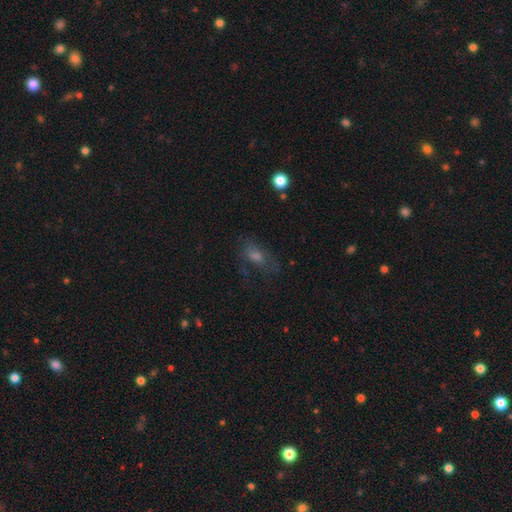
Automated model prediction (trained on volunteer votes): smooth_or_featured: smooth (p=0.46) [alt: featured or disk p=0.32]
merging: none (p=0.57) [alt: minor disturbance p=0.21]